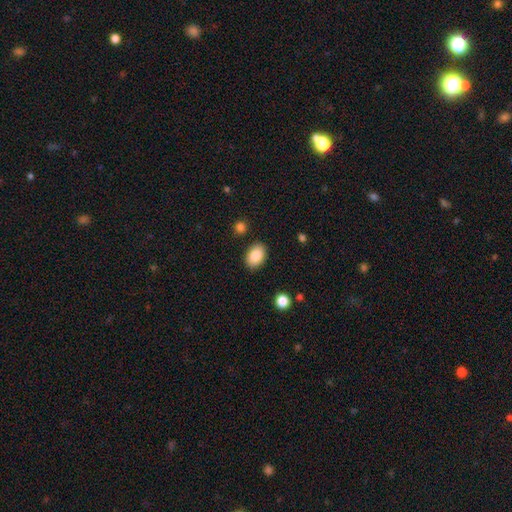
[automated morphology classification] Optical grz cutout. It shows a smooth galaxy with no disk features (87%) that is in between round and cigar-shaped (82%). Merging: none (87%).